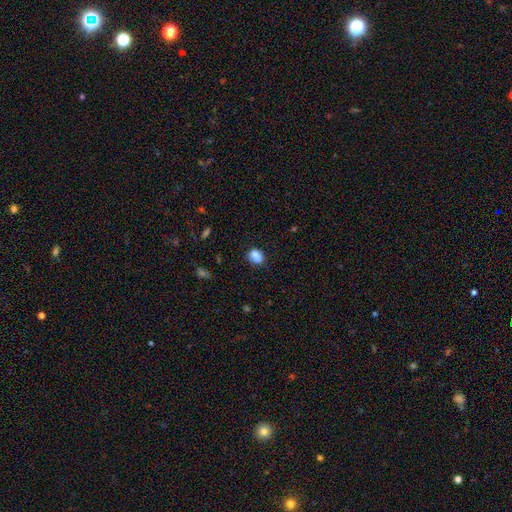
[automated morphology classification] A smooth galaxy with no disk features (85%) that is in between round and cigar-shaped (61%).

Vote fractions:
- Smooth or featured? smooth: 85% / star or artifact: 10% / featured or disk: 5%
- How rounded? in between: 61% / round: 37% / cigar-shaped: 1%
- Merging? none: 78% / minor disturbance: 16% / major disturbance: 4% / merger: 3%